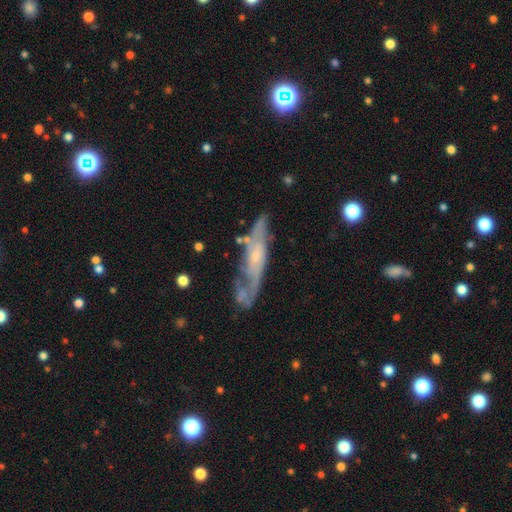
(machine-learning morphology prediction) A featured or disk galaxy (74%) with no bar (63%), spiral arms (84%) and a small central bulge (65%). Merging: none (58%).